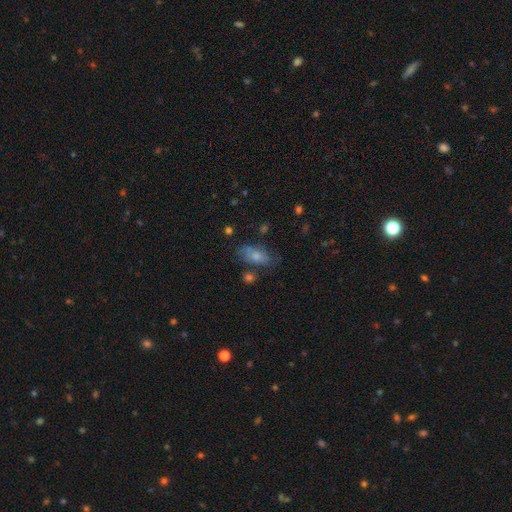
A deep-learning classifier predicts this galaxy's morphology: Smooth or featured? Predicted: smooth (p=0.68). How rounded? Predicted: in between (p=0.86). Merging? Predicted: none (p=0.55).